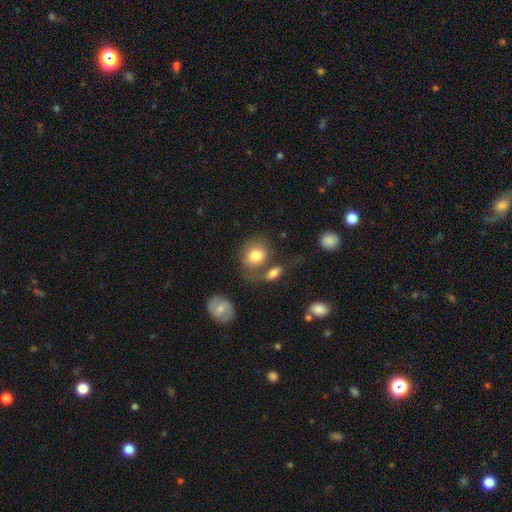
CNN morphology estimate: A smooth galaxy with no disk features (78%) that is round (57%).

Vote fractions:
- Smooth or featured? smooth: 78% / featured or disk: 15% / star or artifact: 7%
- How rounded? round: 57% / in between: 41% / cigar-shaped: 1%
- Merging? none: 49% / merger: 23% / minor disturbance: 17% / major disturbance: 11%